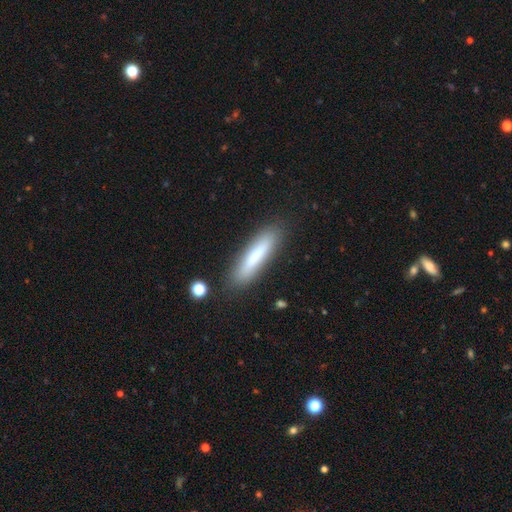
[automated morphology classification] The model was most divided on "smooth or featured": smooth: 71%, featured or disk: 21%, star or artifact: 7%. More confident: merging — none (84%); how rounded — cigar-shaped (81%).